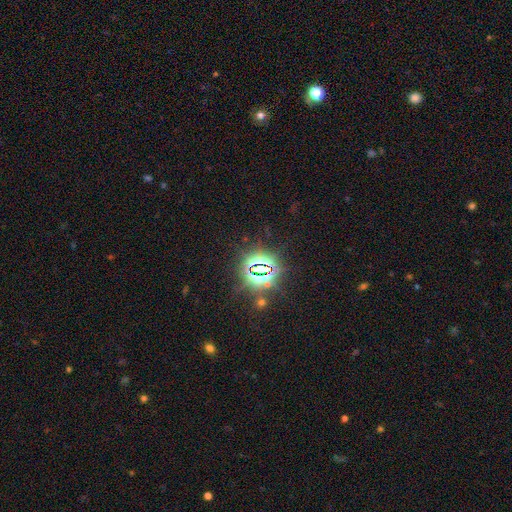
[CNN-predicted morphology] Smooth or featured?
  - star or artifact: 82% *
  - smooth: 10%
  - featured or disk: 8%